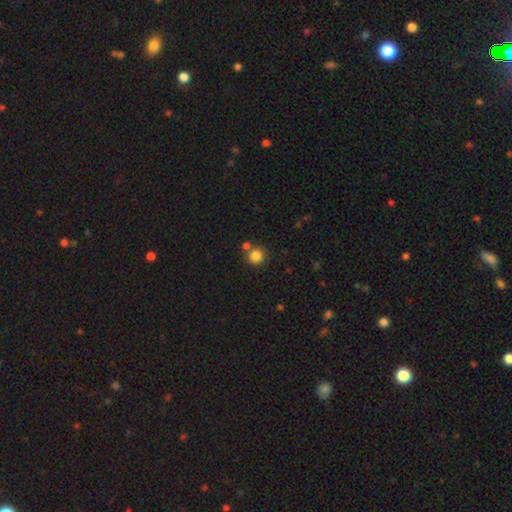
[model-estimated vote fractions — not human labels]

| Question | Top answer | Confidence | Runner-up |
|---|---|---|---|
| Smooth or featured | smooth | 84% | star or artifact (11%) |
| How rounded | round | 92% | in between (7%) |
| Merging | none | 72% | merger (17%) |